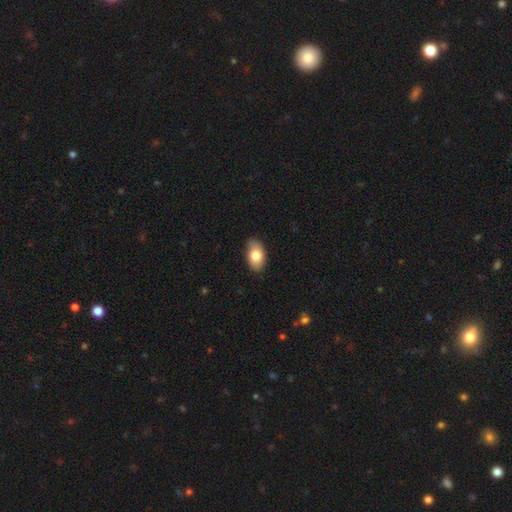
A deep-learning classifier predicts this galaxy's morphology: Smooth or featured? smooth (78%)
How rounded? in between (92%)
Merging? none (81%)